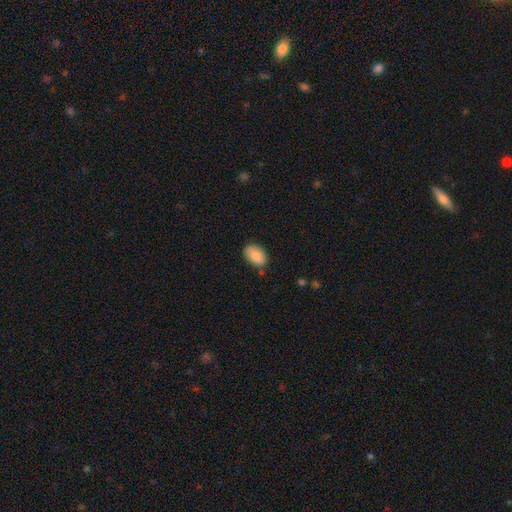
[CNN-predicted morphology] Smooth or featured? Predicted: smooth (p=0.85). How rounded? Predicted: in between (p=0.90). Merging? Predicted: none (p=0.78).